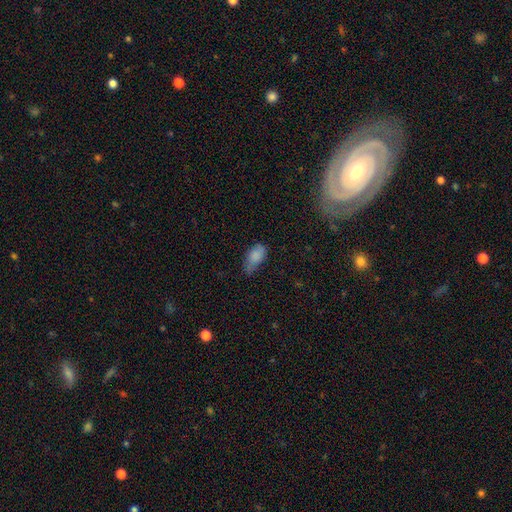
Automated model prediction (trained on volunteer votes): Q: Smooth or featured?
A: smooth (78%); runner-up: featured or disk (13%)
Q: How rounded?
A: in between (90%); runner-up: cigar-shaped (5%)
Q: Merging?
A: minor disturbance (42%); runner-up: none (39%)